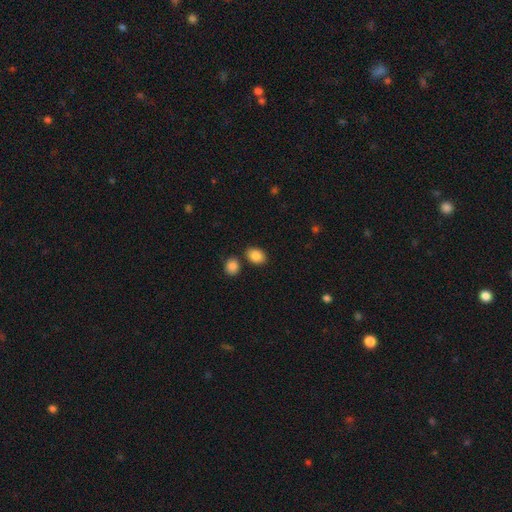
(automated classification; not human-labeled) Overall: smooth (86%). How rounded: in between (73%). Merging: none (77%).